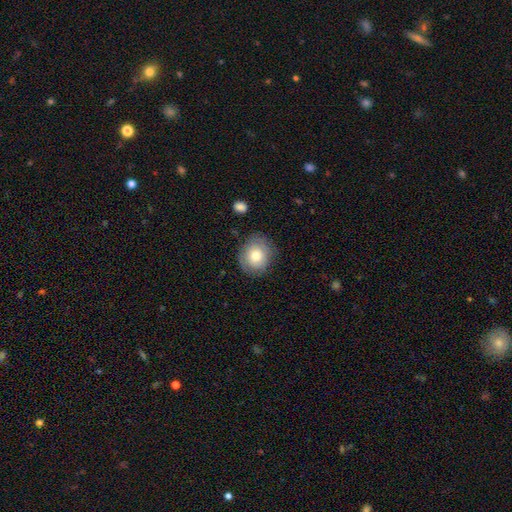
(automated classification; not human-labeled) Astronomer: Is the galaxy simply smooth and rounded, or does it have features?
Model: smooth — 73%.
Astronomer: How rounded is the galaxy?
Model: round — 73%.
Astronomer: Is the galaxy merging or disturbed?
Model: none — 77%.